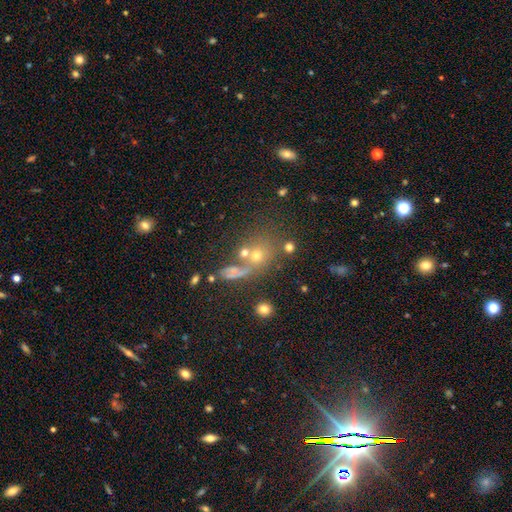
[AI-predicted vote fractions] This appears to be a star or artifact, not a galaxy (45%).